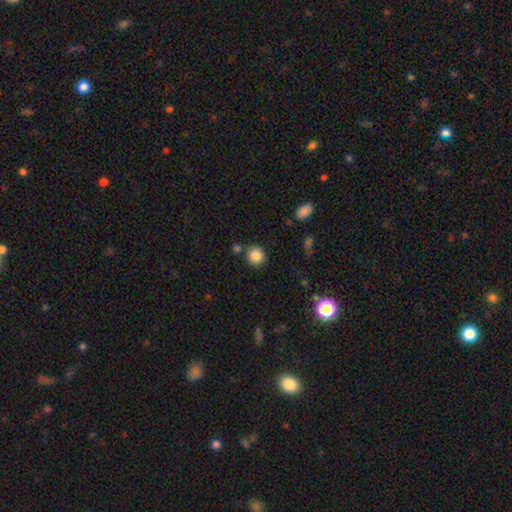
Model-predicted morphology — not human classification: A smooth galaxy with no disk features (86%) that is round (89%).

Vote fractions:
- Smooth or featured? smooth: 86% / star or artifact: 10% / featured or disk: 4%
- How rounded? round: 89% / in between: 10% / cigar-shaped: 1%
- Merging? none: 83% / minor disturbance: 8% / merger: 6% / major disturbance: 3%